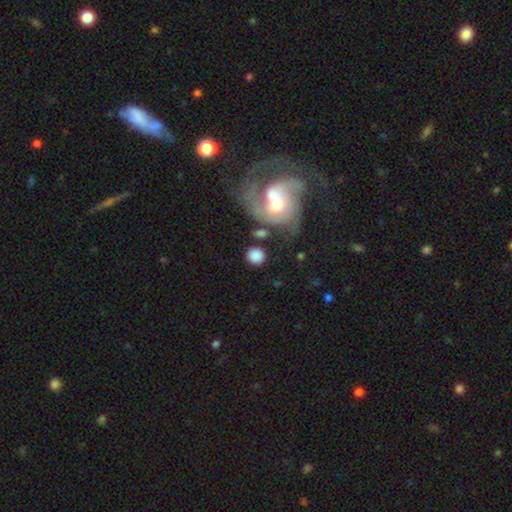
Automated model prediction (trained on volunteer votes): Overall: smooth (81%). How rounded: round (86%). Merging: none (64%).